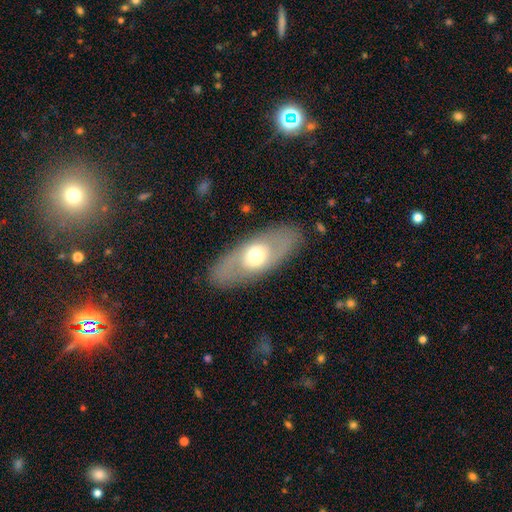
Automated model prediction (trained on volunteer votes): Q: Smooth or featured?
A: featured or disk (51%); runner-up: smooth (42%)
Q: Edge-on disk?
A: no (81%); runner-up: yes (19%)
Q: Merging?
A: none (85%); runner-up: minor disturbance (10%)